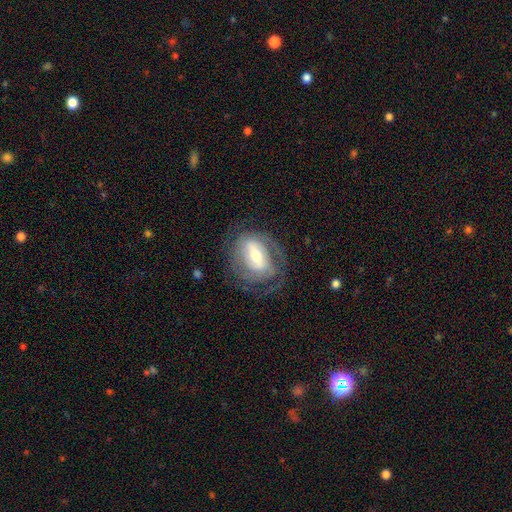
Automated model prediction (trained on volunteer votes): featured or disk 75%, smooth 19%, star or artifact 6%. Down the decision tree: edge-on disk — no (94%); bar — strong (44%); spiral arms — yes (82%); spiral arm count — 2 (49%); spiral winding — tight (52%); bulge size — moderate (62%); merging — none (66%).